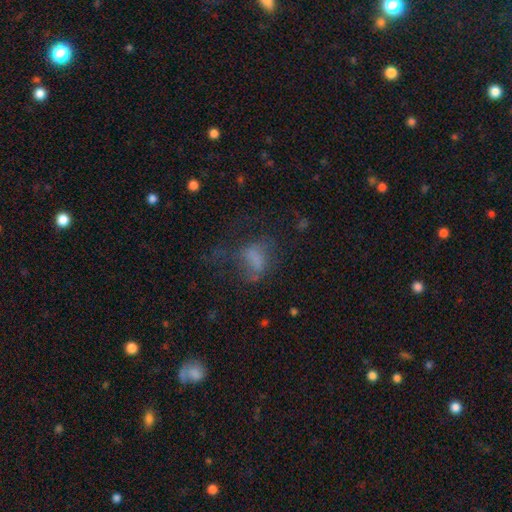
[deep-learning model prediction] smooth 53%, featured or disk 27%, star or artifact 20%. Down the decision tree: how rounded — in between (73%); merging — major disturbance (47%).